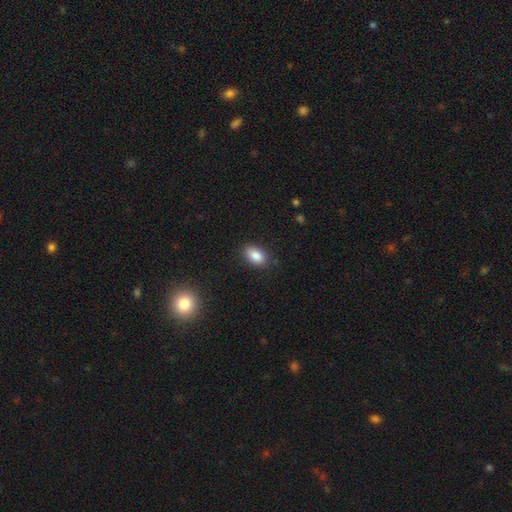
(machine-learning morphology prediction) A smooth galaxy with no disk features (86%) that is in between round and cigar-shaped (89%).

Vote fractions:
- Smooth or featured? smooth: 86% / star or artifact: 8% / featured or disk: 5%
- How rounded? in between: 89% / round: 9% / cigar-shaped: 2%
- Merging? none: 85% / minor disturbance: 12% / major disturbance: 3% / merger: 1%